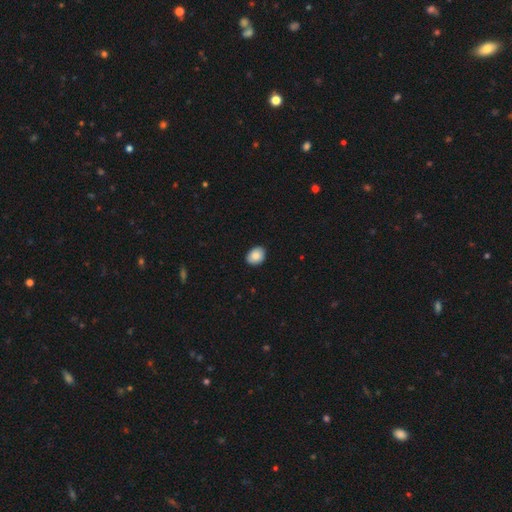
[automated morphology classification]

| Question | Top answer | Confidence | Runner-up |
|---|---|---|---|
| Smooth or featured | smooth | 87% | star or artifact (7%) |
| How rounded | in between | 62% | round (37%) |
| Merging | none | 88% | minor disturbance (9%) |